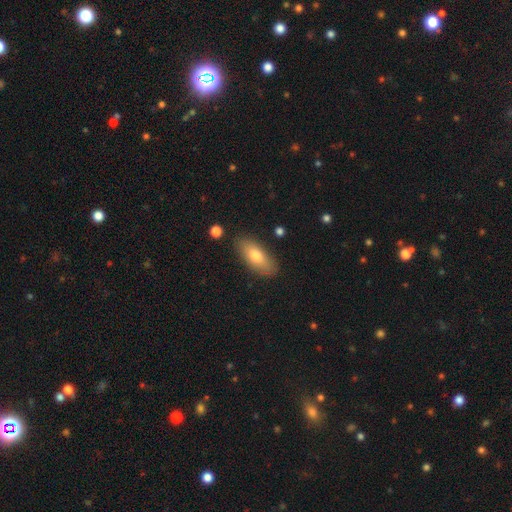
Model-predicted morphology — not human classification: smooth_or_featured: smooth (p=0.72) [alt: featured or disk p=0.21]
how_rounded: in between (p=0.81) [alt: cigar-shaped p=0.16]
merging: none (p=0.85) [alt: minor disturbance p=0.11]